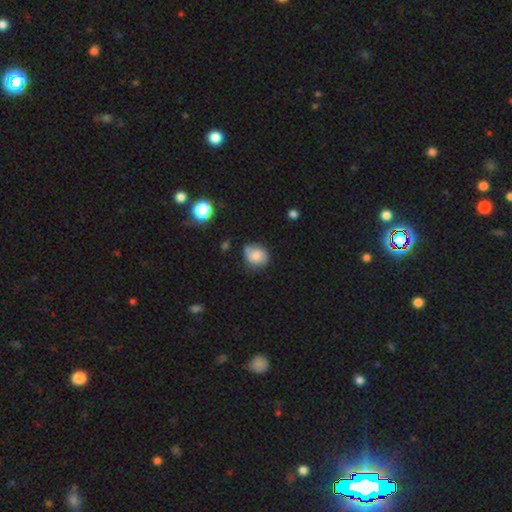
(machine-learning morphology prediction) This is likely a smooth galaxy (65%). How rounded: likely round (62%). Merging: possibly none (57%).